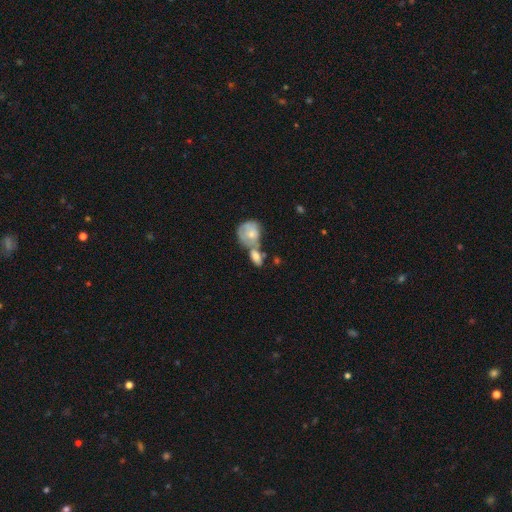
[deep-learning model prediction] smooth_or_featured: smooth (p=0.63) [alt: featured or disk p=0.29]
how_rounded: in between (p=0.67) [alt: round p=0.27]
merging: merger (p=0.56) [alt: none p=0.27]